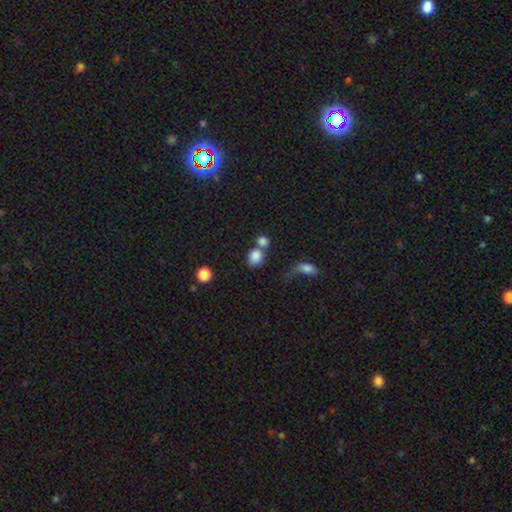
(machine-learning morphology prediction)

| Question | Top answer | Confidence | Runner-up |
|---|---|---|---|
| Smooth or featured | smooth | 84% | star or artifact (10%) |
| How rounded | round | 64% | in between (35%) |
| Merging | merger | 42% | none (41%) |